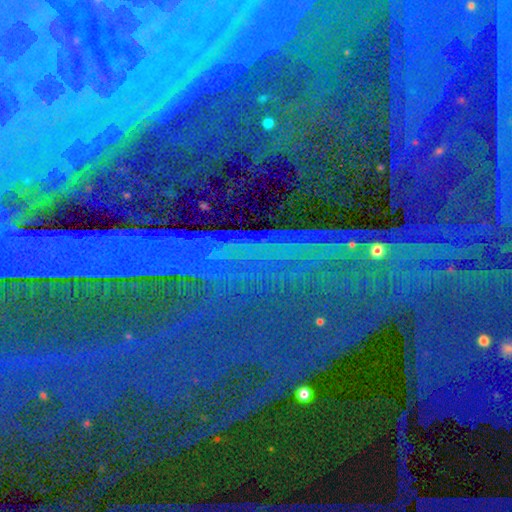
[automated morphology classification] This appears to be a star or artifact, not a galaxy (88%).